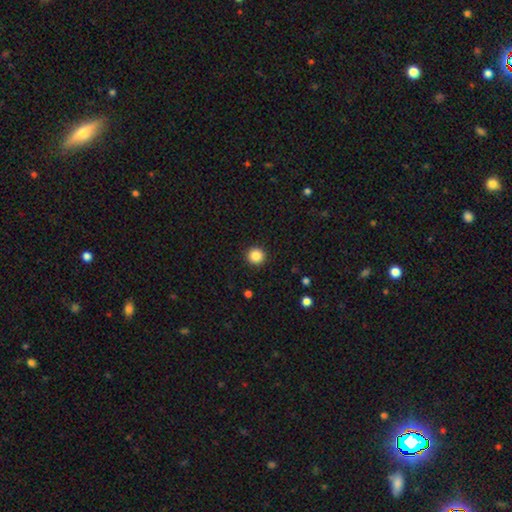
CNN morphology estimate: type=smooth (86%); roundness=round (95%); merging=none (93%).